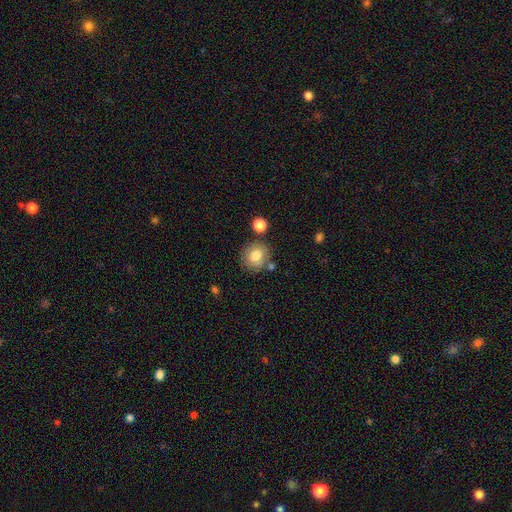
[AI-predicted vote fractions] Overall: smooth (77%). How rounded: round (84%). Merging: none (75%).